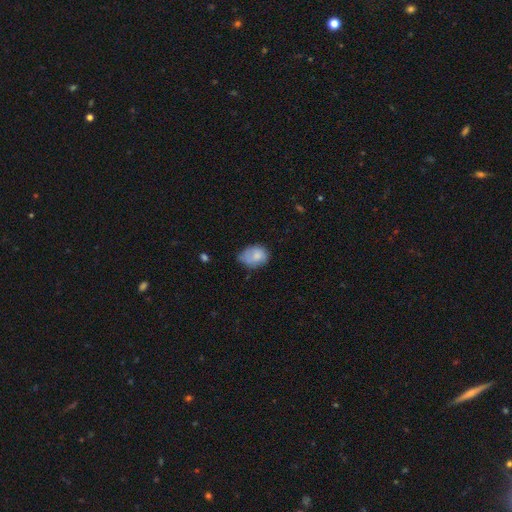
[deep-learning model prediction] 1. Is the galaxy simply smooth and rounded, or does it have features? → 76% smooth, 16% featured or disk, 8% star or artifact.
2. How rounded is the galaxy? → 69% in between, 30% round, 1% cigar-shaped.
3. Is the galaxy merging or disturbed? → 41% none, 40% minor disturbance, 14% major disturbance, 5% merger.